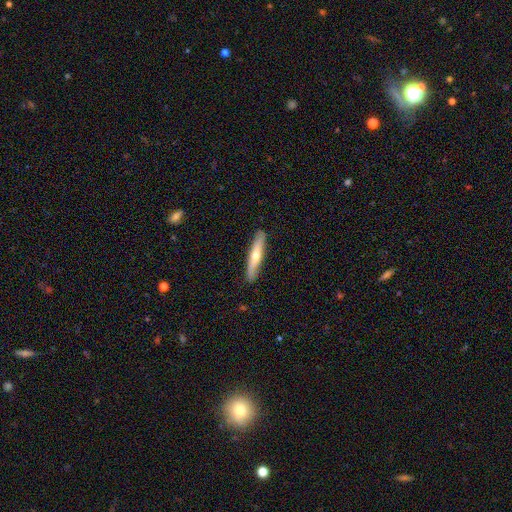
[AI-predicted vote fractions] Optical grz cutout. It shows a smooth galaxy with no disk features (50%). Merging: none (89%).